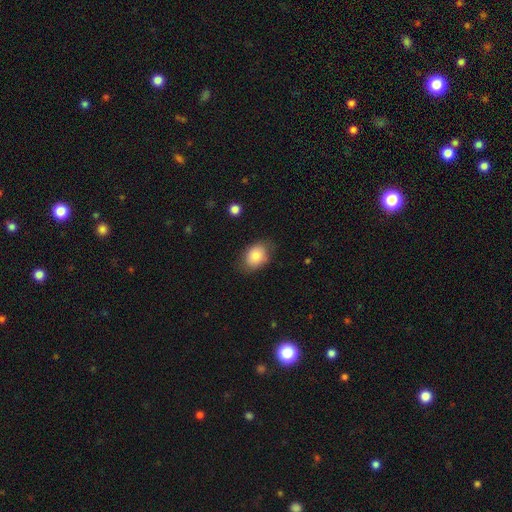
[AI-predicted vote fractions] smooth-or-featured: smooth: 82% | featured or disk: 10% | star or artifact: 7%
  how-rounded: in between: 74% | round: 25% | cigar-shaped: 1%
  merging: none: 76% | minor disturbance: 19% | major disturbance: 5% | merger: 1%